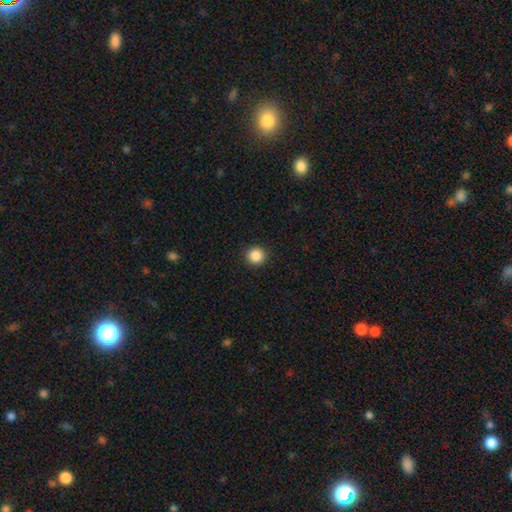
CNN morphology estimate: Smooth or featured? Predicted: smooth (p=0.87). How rounded? Predicted: round (p=0.95). Merging? Predicted: none (p=0.93).